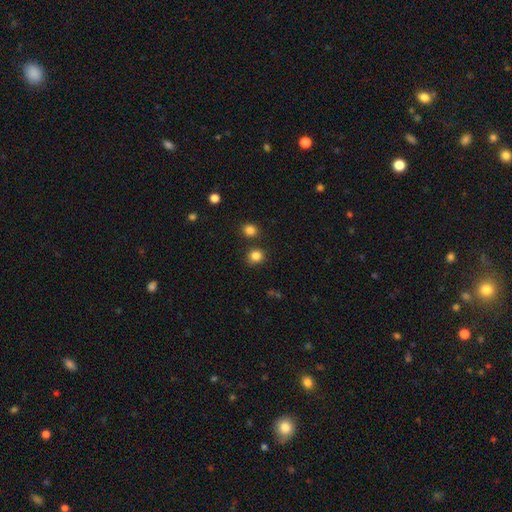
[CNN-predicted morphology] smooth 84%, star or artifact 12%, featured or disk 4%. Down the decision tree: how rounded — round (83%); merging — none (79%).